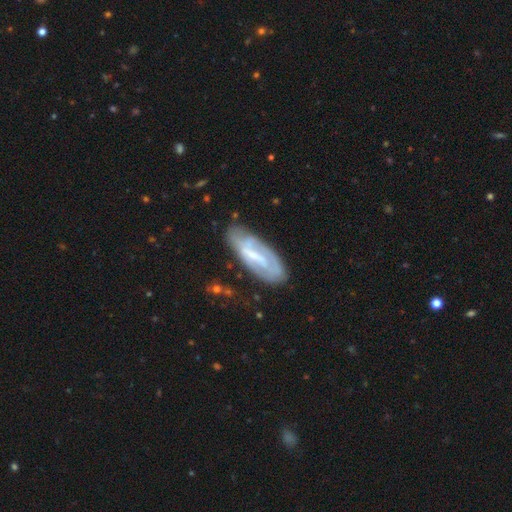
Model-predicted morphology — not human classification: Smooth or featured? featured or disk (67%)
Edge-on disk? no (86%)
Bar? strong (42%)
Spiral arms? yes (74%)
Bulge size? small (48%)
Merging? none (71%)